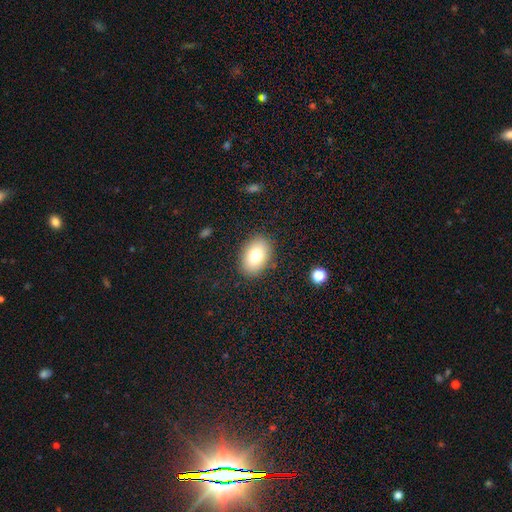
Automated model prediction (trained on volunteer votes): Overall: smooth (79%). How rounded: in between (83%). Merging: none (87%).